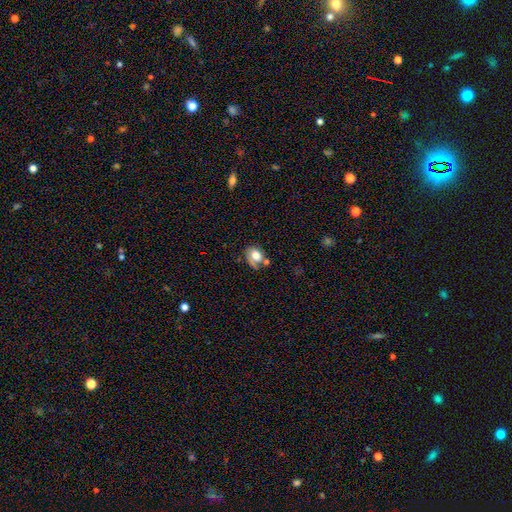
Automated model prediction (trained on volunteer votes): Smooth or featured: smooth — 66% (featured or disk — 25%)
How rounded: in between — 67% (round — 32%)
Merging: none — 42% (minor disturbance — 25%)